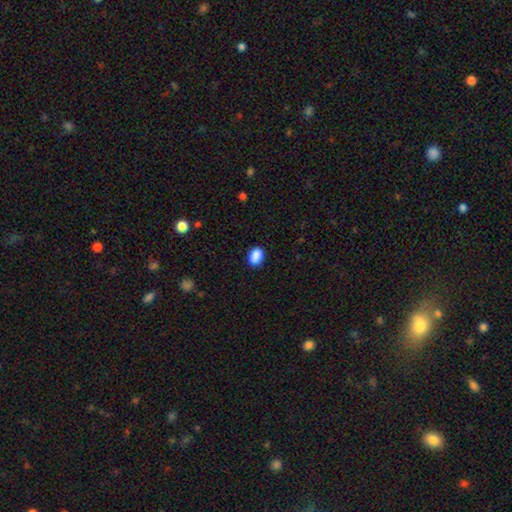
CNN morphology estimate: Smooth or featured: smooth — 88% (star or artifact — 8%)
How rounded: in between — 72% (round — 26%)
Merging: none — 83% (minor disturbance — 13%)